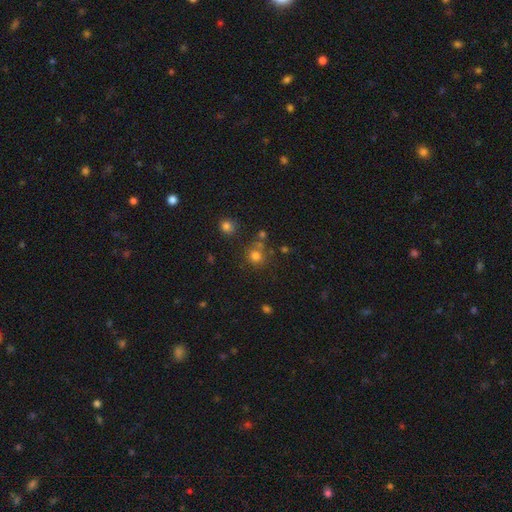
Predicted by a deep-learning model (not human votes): smooth-or-featured: smooth: 75% | star or artifact: 17% | featured or disk: 7%
  how-rounded: round: 89% | in between: 10% | cigar-shaped: 1%
  merging: none: 70% | merger: 14% | minor disturbance: 11% | major disturbance: 5%